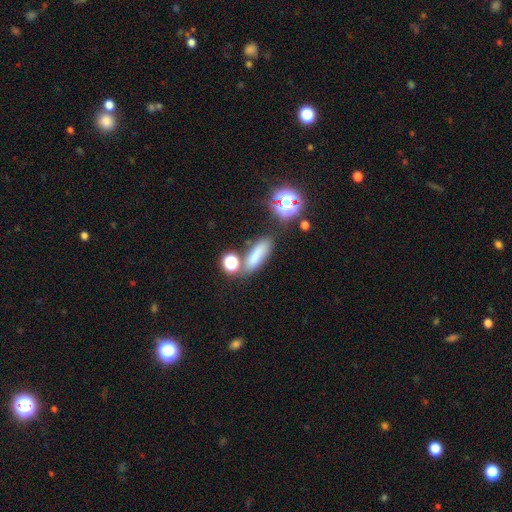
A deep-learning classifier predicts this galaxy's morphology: Smooth or featured? smooth (72%)
How rounded? in between (50%)
Merging? none (66%)